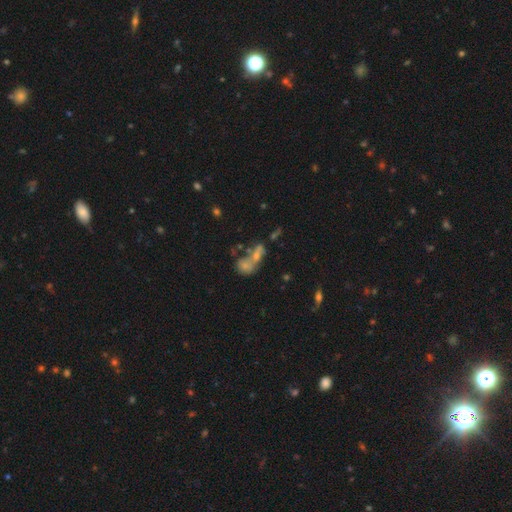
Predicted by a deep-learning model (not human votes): The model was most divided on "smooth or featured": smooth: 47%, featured or disk: 30%, star or artifact: 23%. More confident: merging — merger (56%).